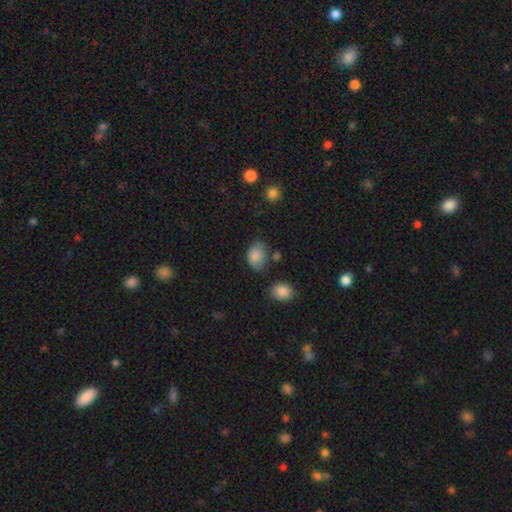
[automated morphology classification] type=smooth (84%); roundness=in between (72%); merging=none (54%).